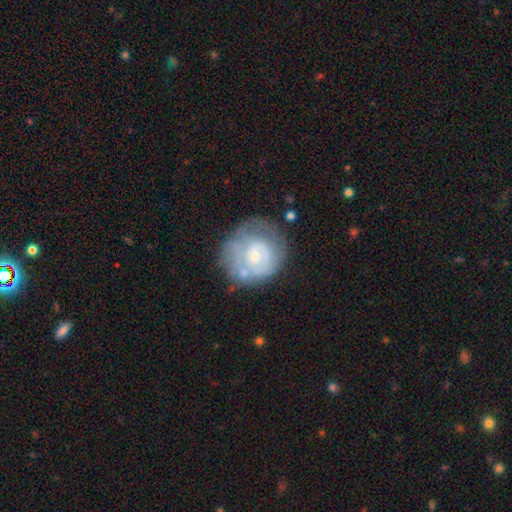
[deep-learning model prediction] Overall: featured or disk (56%; smooth 37%). Edge-on disk: no (98%). Bar: no (77%). Spiral arms: no (55%; yes 45%). Bulge size: small (59%; moderate 32%). Merging: none (47%; minor disturbance 25%).